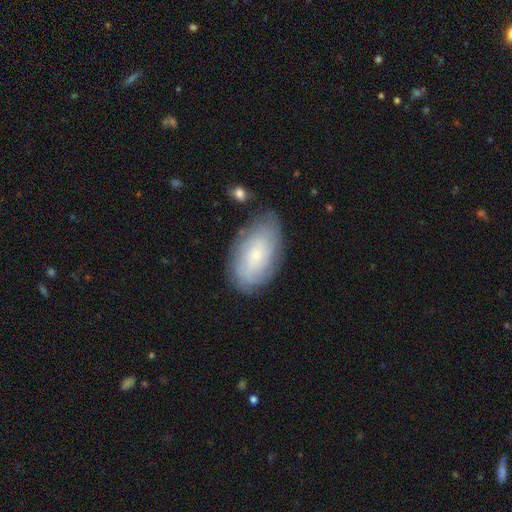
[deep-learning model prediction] featured or disk 52%, smooth 41%, star or artifact 8%. Down the decision tree: edge-on disk — no (94%); merging — none (73%).